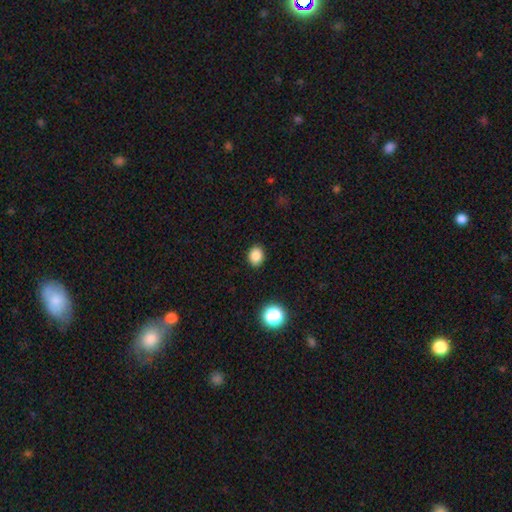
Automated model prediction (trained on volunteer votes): This appears to be a smooth galaxy with no disk features (86%) that is round (51%). Merging: none (90%).